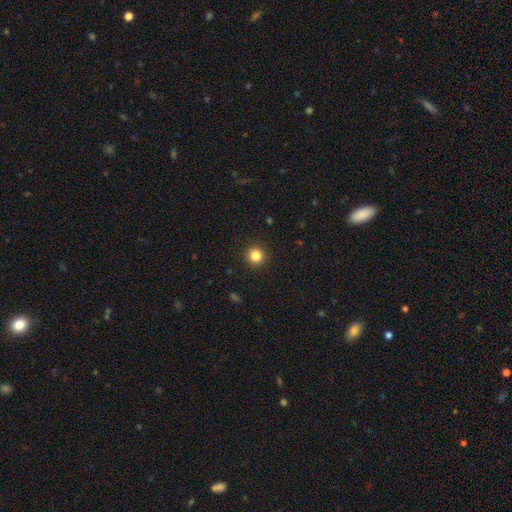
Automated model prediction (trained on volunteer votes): Smooth or featured? Predicted: smooth (p=0.83). How rounded? Predicted: round (p=0.95). Merging? Predicted: none (p=0.93).